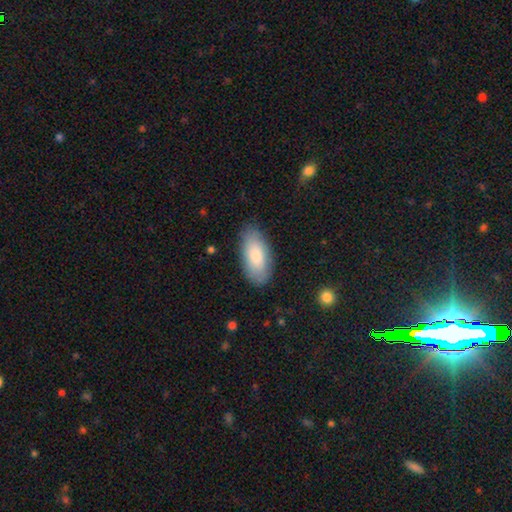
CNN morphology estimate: Q: Smooth or featured?
A: smooth (79%); runner-up: featured or disk (15%)
Q: How rounded?
A: in between (91%); runner-up: cigar-shaped (7%)
Q: Merging?
A: none (83%); runner-up: minor disturbance (13%)